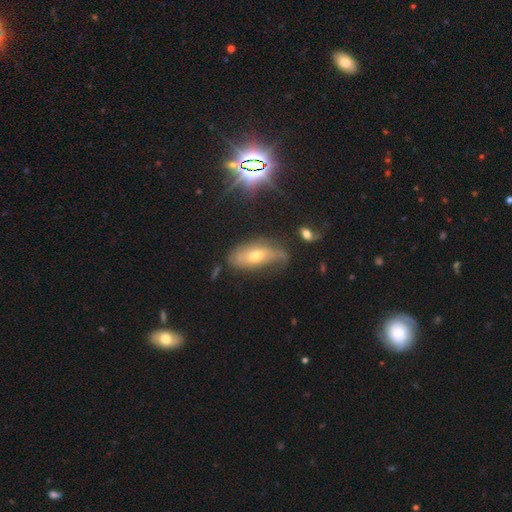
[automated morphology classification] Smooth or featured? Predicted: featured or disk (p=0.46). Merging? Predicted: none (p=0.48).